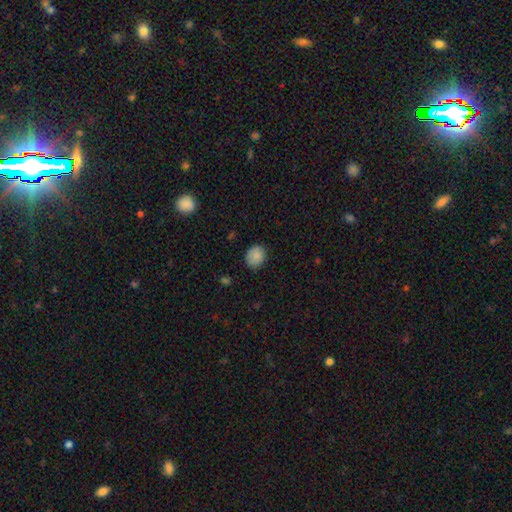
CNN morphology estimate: type=smooth (86%); roundness=round (60%); merging=none (82%).